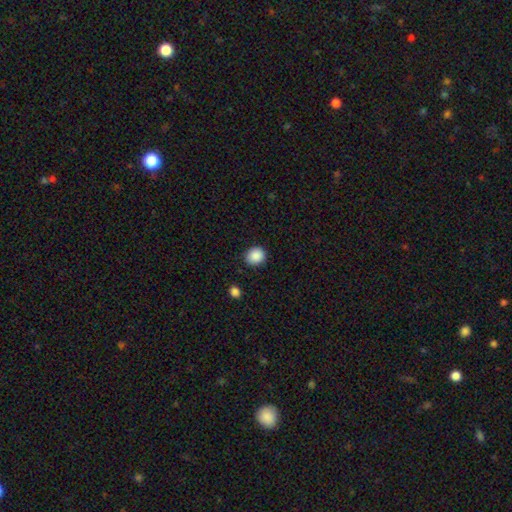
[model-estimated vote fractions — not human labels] The model was most divided on "how rounded": round: 81%, in between: 18%, cigar-shaped: 1%. More confident: smooth or featured — smooth (89%); merging — none (87%).